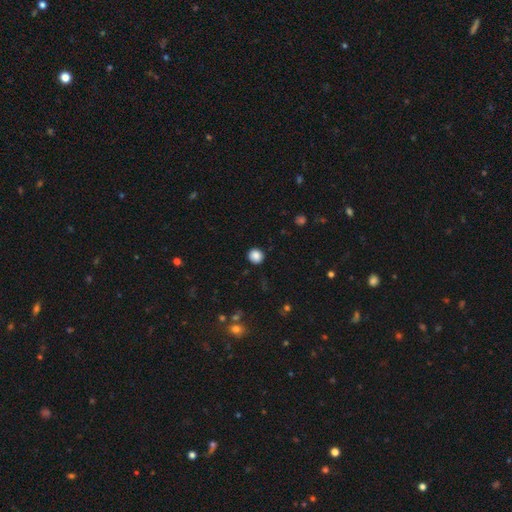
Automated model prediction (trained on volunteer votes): Q: Smooth or featured?
A: smooth (86%); runner-up: star or artifact (10%)
Q: How rounded?
A: round (90%); runner-up: in between (9%)
Q: Merging?
A: none (90%); runner-up: minor disturbance (7%)